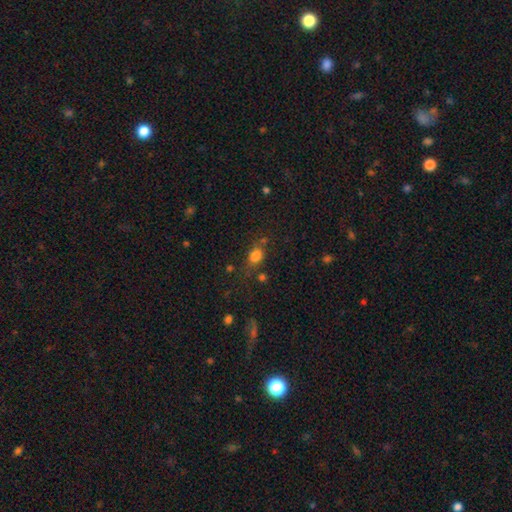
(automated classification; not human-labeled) smooth-or-featured: smooth: 80% | star or artifact: 13% | featured or disk: 7%
  how-rounded: in between: 61% | round: 36% | cigar-shaped: 3%
  merging: none: 63% | minor disturbance: 20% | merger: 9% | major disturbance: 9%